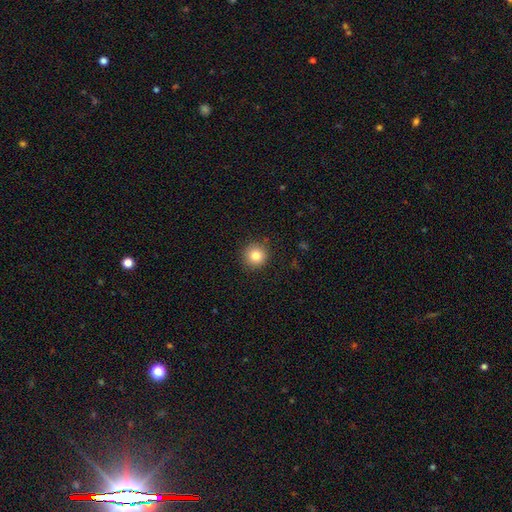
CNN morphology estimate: Q: Smooth or featured?
A: smooth (82%); runner-up: star or artifact (11%)
Q: How rounded?
A: round (95%); runner-up: in between (4%)
Q: Merging?
A: none (90%); runner-up: minor disturbance (6%)